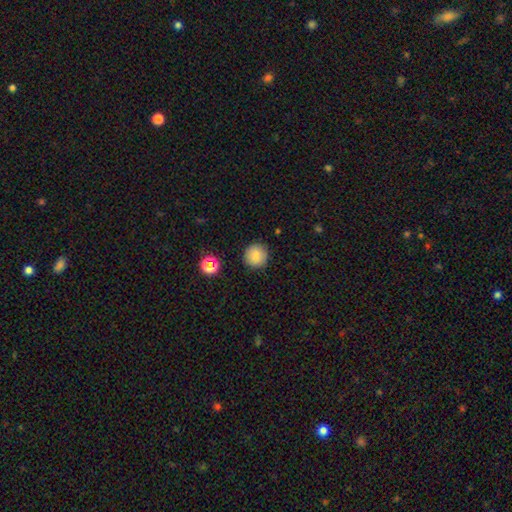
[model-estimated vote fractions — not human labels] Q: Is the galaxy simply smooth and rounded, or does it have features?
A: smooth — 82%.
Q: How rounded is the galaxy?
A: round — 94%.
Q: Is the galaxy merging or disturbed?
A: none — 89%.